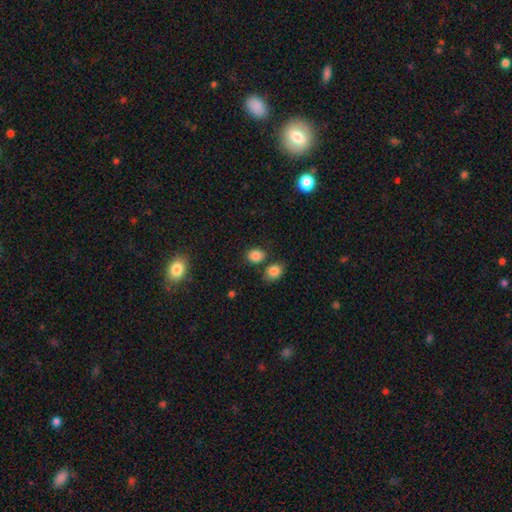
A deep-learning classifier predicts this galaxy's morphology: The model was most divided on "how rounded": round: 55%, in between: 44%, cigar-shaped: 1%. More confident: smooth or featured — smooth (84%); merging — none (73%).